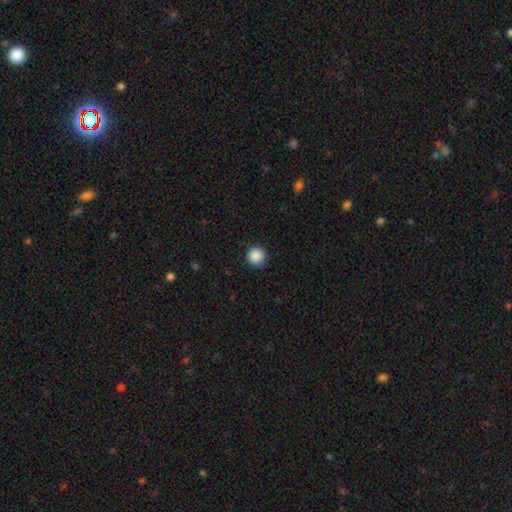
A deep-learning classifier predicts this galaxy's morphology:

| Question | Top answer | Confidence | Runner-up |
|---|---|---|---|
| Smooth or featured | smooth | 89% | star or artifact (9%) |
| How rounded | round | 96% | in between (3%) |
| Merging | none | 92% | minor disturbance (6%) |